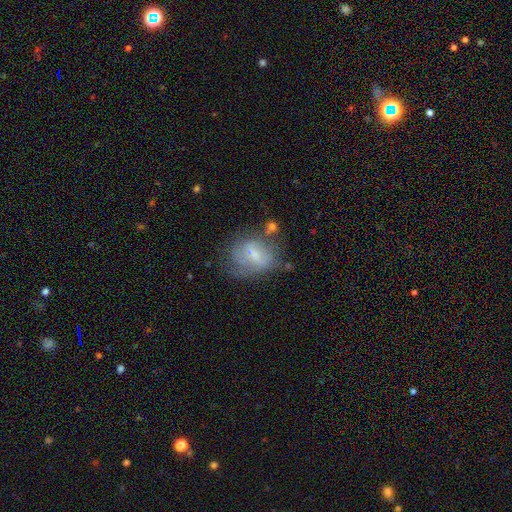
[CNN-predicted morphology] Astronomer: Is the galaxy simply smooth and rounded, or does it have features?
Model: smooth — 47% (runner-up: featured or disk, 43%).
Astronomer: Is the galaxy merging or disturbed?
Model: none — 43% (runner-up: minor disturbance, 28%).